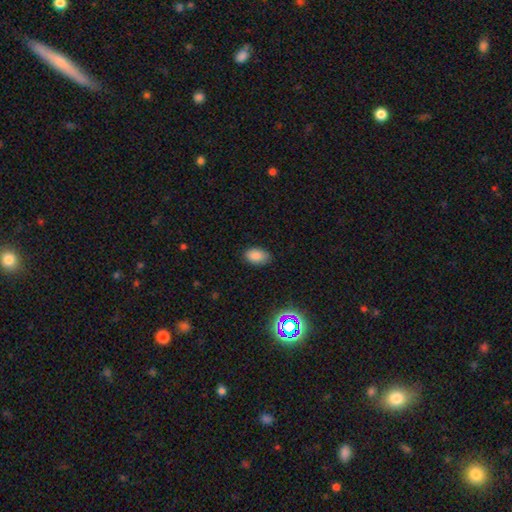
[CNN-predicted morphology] smooth_or_featured: smooth (p=0.83) [alt: star or artifact p=0.11]
how_rounded: in between (p=0.89) [alt: round p=0.10]
merging: none (p=0.82) [alt: minor disturbance p=0.14]